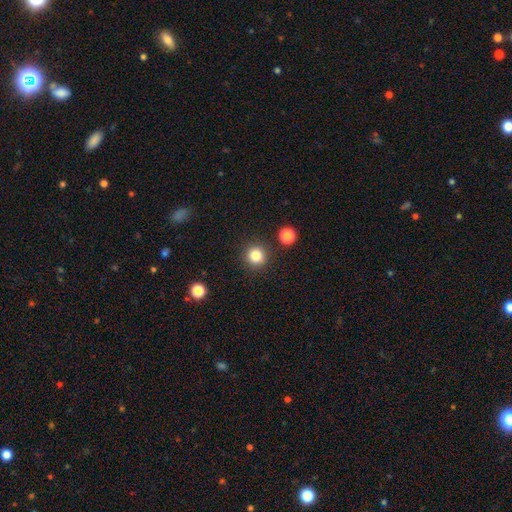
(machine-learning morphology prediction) This appears to be a smooth galaxy with no disk features (83%) that is round (94%). Merging: none (89%).